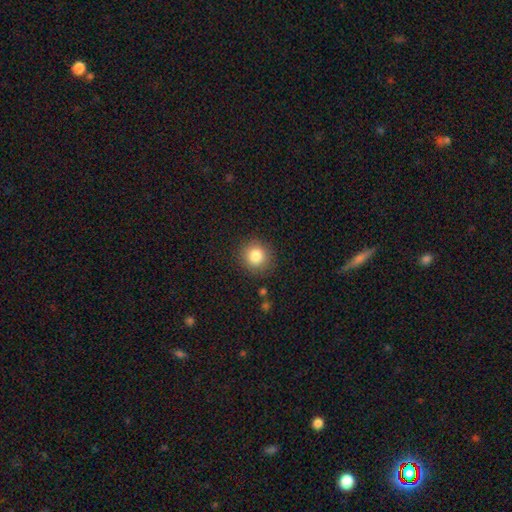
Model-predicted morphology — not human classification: Smooth or featured? smooth (84%)
How rounded? round (92%)
Merging? none (89%)